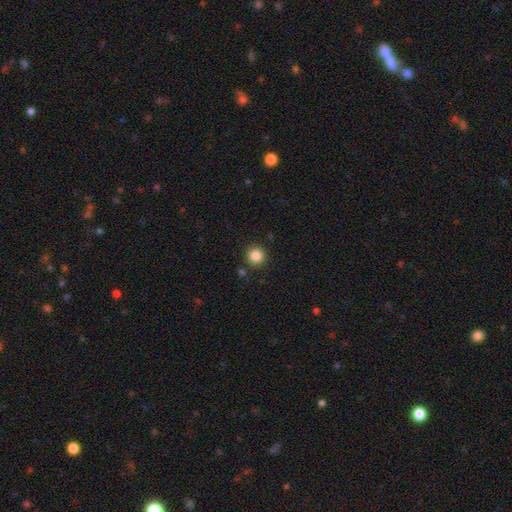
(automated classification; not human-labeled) This is clearly a smooth galaxy (85%). How rounded: clearly round (94%). Merging: clearly none (90%).